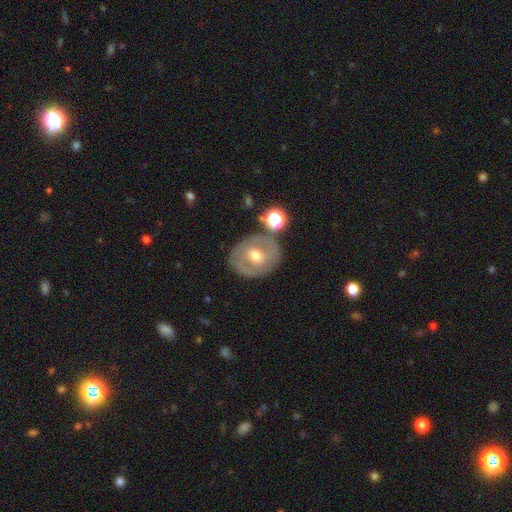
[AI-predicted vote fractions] Smooth or featured?
  - featured or disk: 53% *
  - smooth: 38%
  - star or artifact: 9%
Edge-on disk?
  - no: 95% *
  - yes: 5%
Bar?
  - no: 46% *
  - weak: 40%
  - strong: 13%
Spiral arms?
  - no: 52% *
  - yes: 48%
Bulge size?
  - moderate: 71% *
  - small: 21%
  - large: 5%
  - none: 1%
  - dominant: 1%
Merging?
  - none: 73% *
  - minor disturbance: 14%
  - merger: 8%
  - major disturbance: 5%